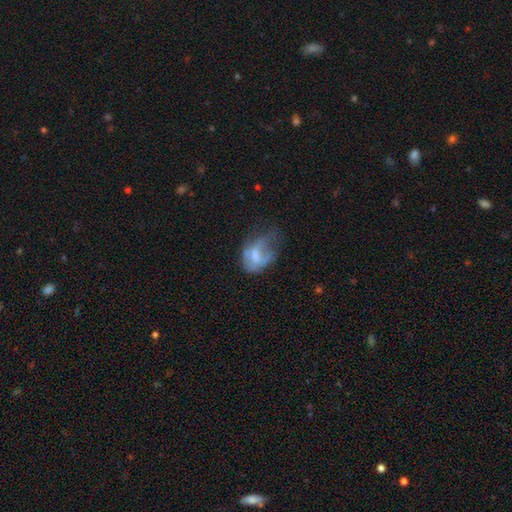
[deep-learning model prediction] A smooth galaxy with no disk features (50%). Merging: major disturbance (47%).